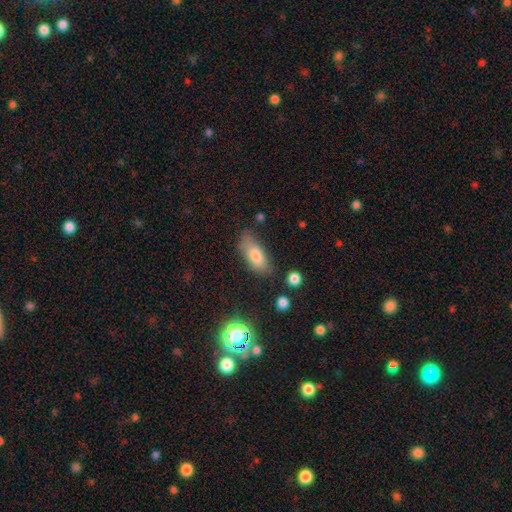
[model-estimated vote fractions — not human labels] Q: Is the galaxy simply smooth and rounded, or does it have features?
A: smooth — 76%.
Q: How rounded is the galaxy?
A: in between — 79%.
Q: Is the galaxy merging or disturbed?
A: none — 68%.